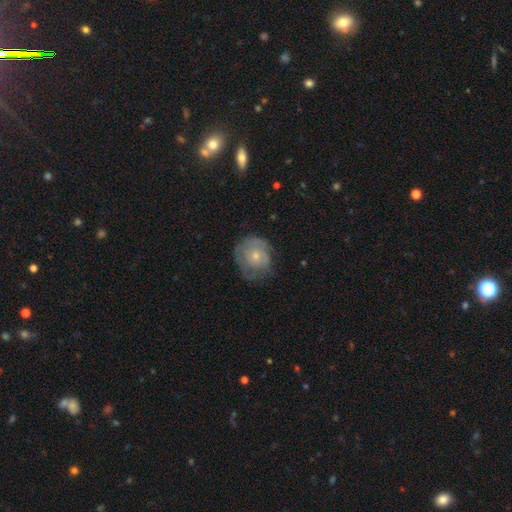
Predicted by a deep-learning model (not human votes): This appears to be a featured or disk galaxy (57%) with no bar (84%), spiral arms (72%) and a small central bulge (56%). Merging: none (61%).